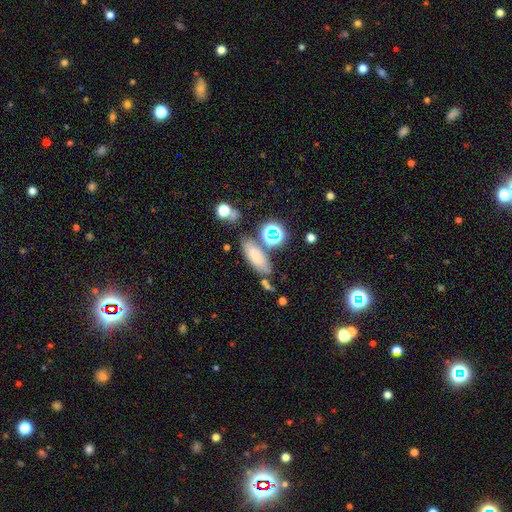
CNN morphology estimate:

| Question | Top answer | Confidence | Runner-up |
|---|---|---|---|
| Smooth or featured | smooth | 68% | star or artifact (16%) |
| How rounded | in between | 67% | cigar-shaped (25%) |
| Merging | none | 68% | minor disturbance (15%) |